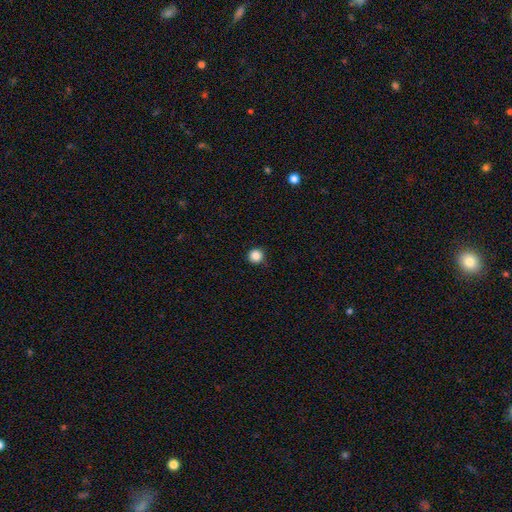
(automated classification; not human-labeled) This appears to be a smooth galaxy with no disk features (86%) that is round (96%). Merging: none (90%).